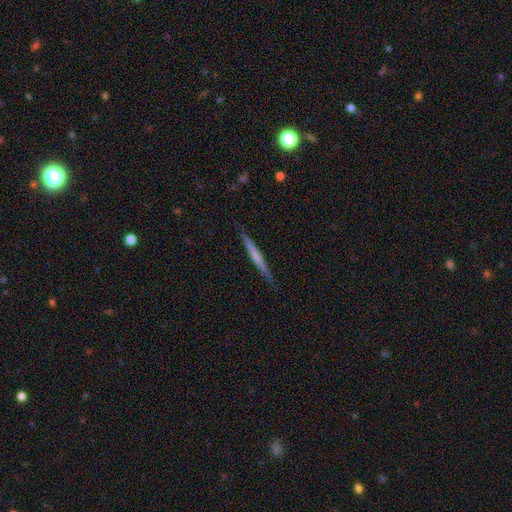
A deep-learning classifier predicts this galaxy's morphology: smooth_or_featured: featured or disk (p=0.52) [alt: smooth p=0.43]
disk_edge_on: yes (p=0.98) [alt: no p=0.02]
edge_on_bulge: none (p=0.70) [alt: rounded p=0.20]
merging: none (p=0.90) [alt: minor disturbance p=0.08]